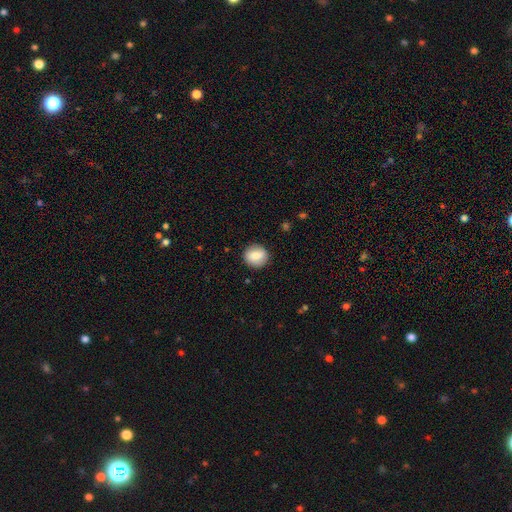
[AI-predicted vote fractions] smooth_or_featured: smooth (p=0.79) [alt: featured or disk p=0.13]
how_rounded: round (p=0.83) [alt: in between p=0.16]
merging: none (p=0.87) [alt: minor disturbance p=0.09]